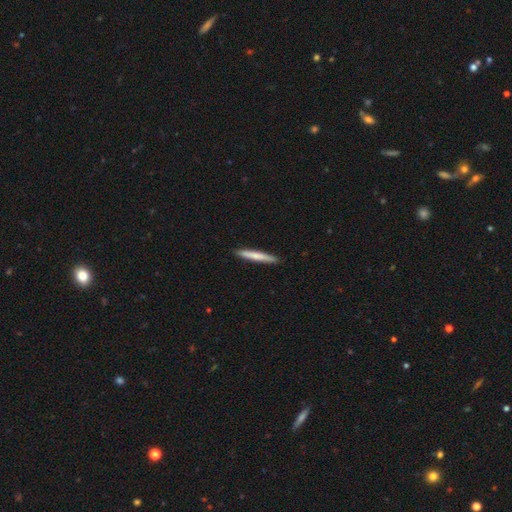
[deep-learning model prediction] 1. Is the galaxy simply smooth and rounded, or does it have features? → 66% smooth, 29% featured or disk, 5% star or artifact.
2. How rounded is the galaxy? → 96% cigar-shaped, 3% in between, 1% round.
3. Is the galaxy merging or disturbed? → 91% none, 7% minor disturbance, 1% major disturbance, 1% merger.